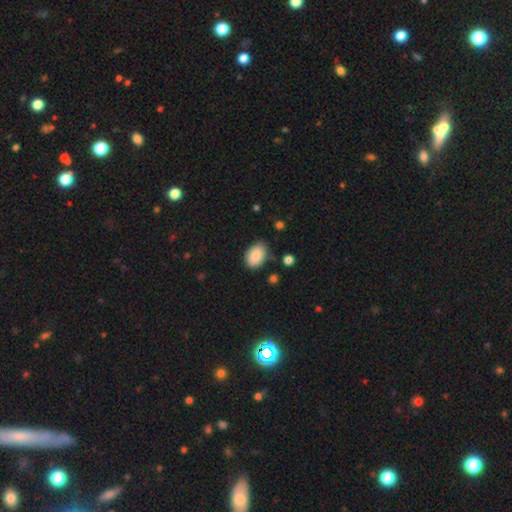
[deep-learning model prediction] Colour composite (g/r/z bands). It shows a smooth galaxy with no disk features (86%) that is in between round and cigar-shaped (86%). Merging: none (78%).